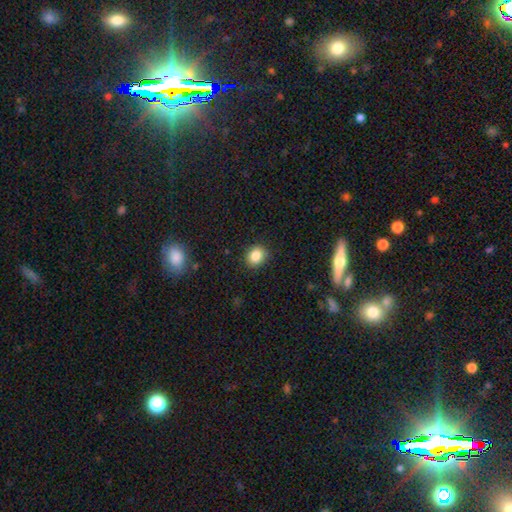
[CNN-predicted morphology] A smooth galaxy with no disk features (85%) that is round (59%). Merging: none (87%).